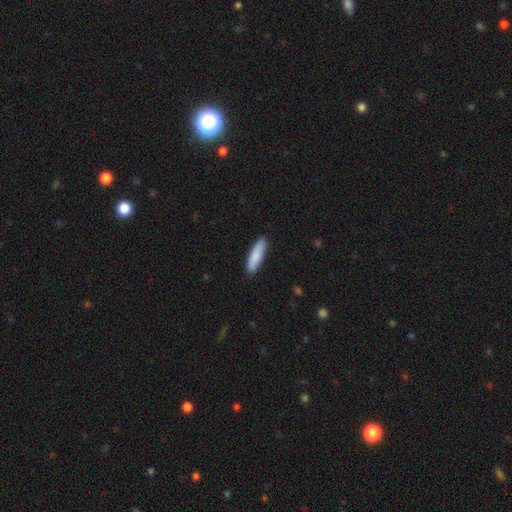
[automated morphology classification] This is clearly a smooth galaxy (87%). How rounded: likely cigar-shaped (67%). Merging: clearly none (87%).